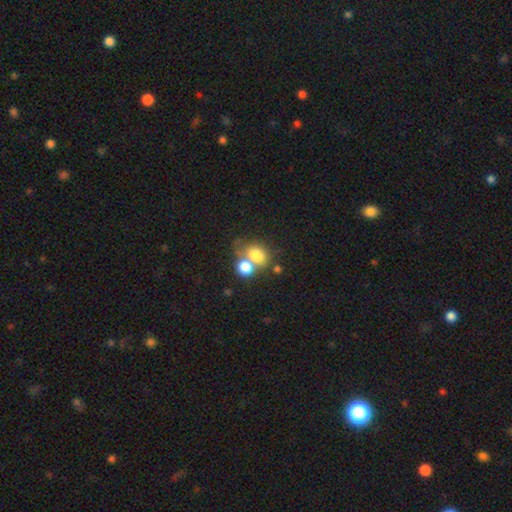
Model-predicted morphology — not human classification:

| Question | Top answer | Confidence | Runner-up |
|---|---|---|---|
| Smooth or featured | smooth | 75% | featured or disk (14%) |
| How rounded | in between | 52% | round (47%) |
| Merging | merger | 55% | none (30%) |